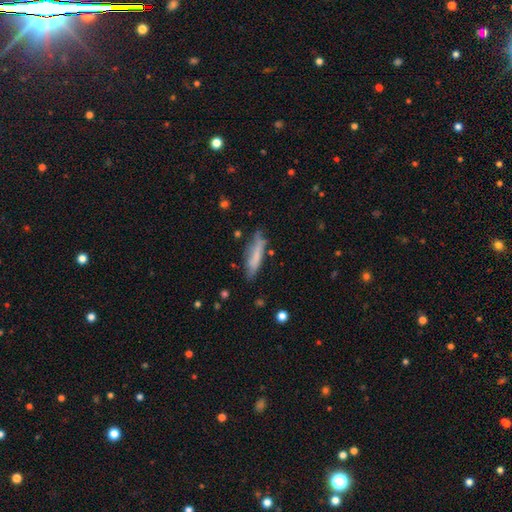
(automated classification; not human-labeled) The model was most divided on "smooth or featured": smooth: 68%, featured or disk: 25%, star or artifact: 7%. More confident: how rounded — cigar-shaped (77%); merging — none (68%).